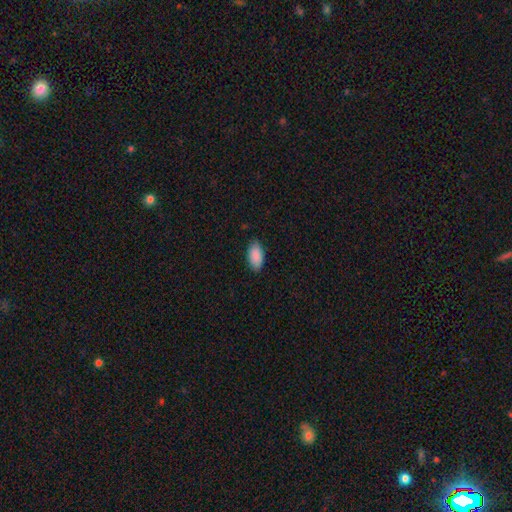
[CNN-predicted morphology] Smooth or featured: smooth — 90% (star or artifact — 6%)
How rounded: in between — 95% (cigar-shaped — 3%)
Merging: none — 86% (minor disturbance — 11%)